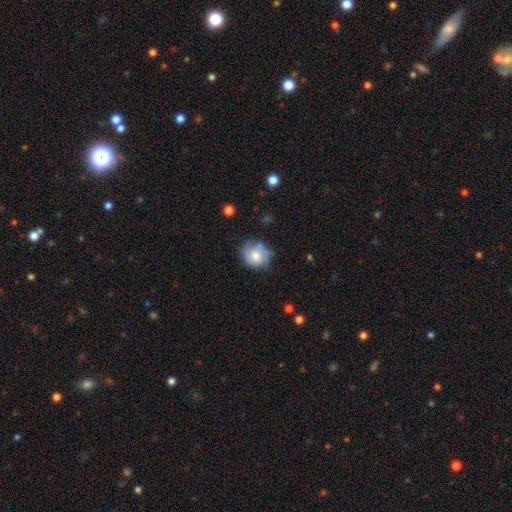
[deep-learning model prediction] smooth_or_featured: smooth (p=0.62) [alt: featured or disk p=0.30]
how_rounded: round (p=0.77) [alt: in between p=0.22]
merging: none (p=0.57) [alt: minor disturbance p=0.28]